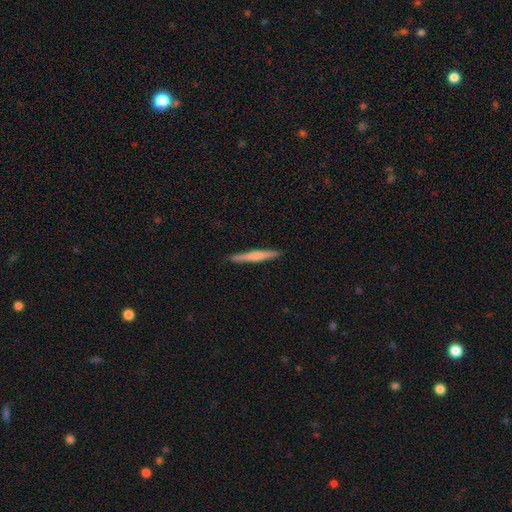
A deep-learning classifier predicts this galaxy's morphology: The model was most divided on "smooth or featured": featured or disk: 48%, smooth: 47%, star or artifact: 5%. More confident: merging — none (91%).